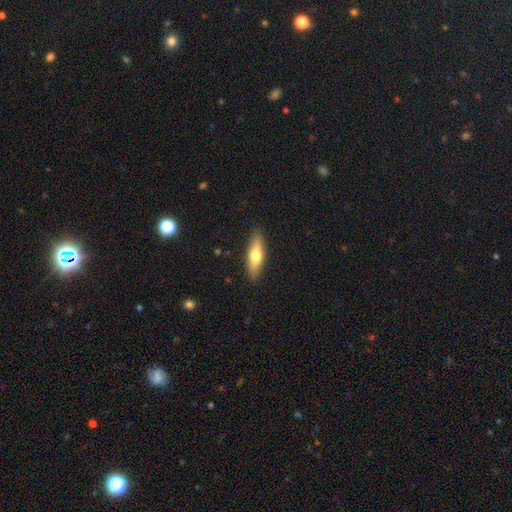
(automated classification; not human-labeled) smooth_or_featured: smooth (p=0.61) [alt: featured or disk p=0.33]
how_rounded: cigar-shaped (p=0.59) [alt: in between p=0.38]
merging: none (p=0.89) [alt: minor disturbance p=0.08]